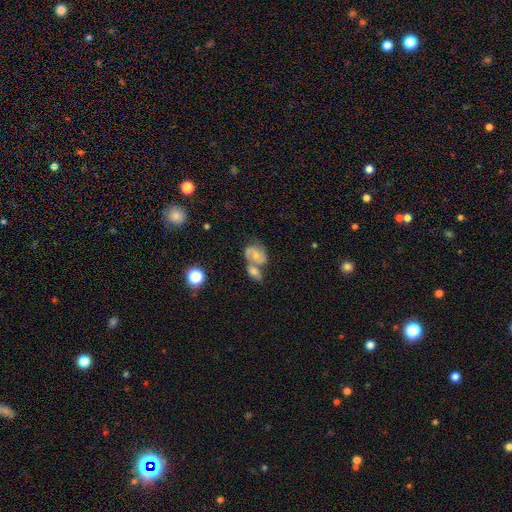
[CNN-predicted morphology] featured or disk 66%, smooth 25%, star or artifact 9%. Down the decision tree: edge-on disk — no (97%); bar — no (60%); spiral arms — yes (88%); spiral arm count — 2 (82%); spiral winding — medium (52%); bulge size — small (48%); merging — merger (60%).